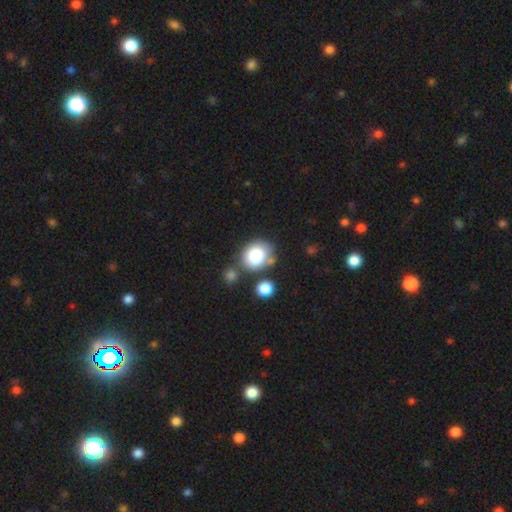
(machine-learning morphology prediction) Smooth or featured? smooth (83%)
How rounded? round (63%)
Merging? none (61%)